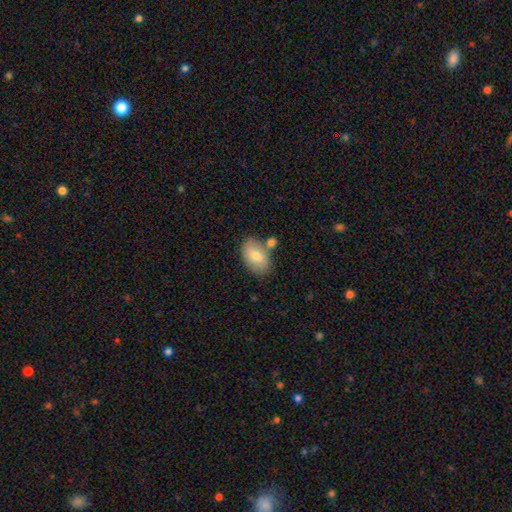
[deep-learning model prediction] smooth 75%, featured or disk 18%, star or artifact 7%. Down the decision tree: how rounded — in between (88%); merging — none (68%).